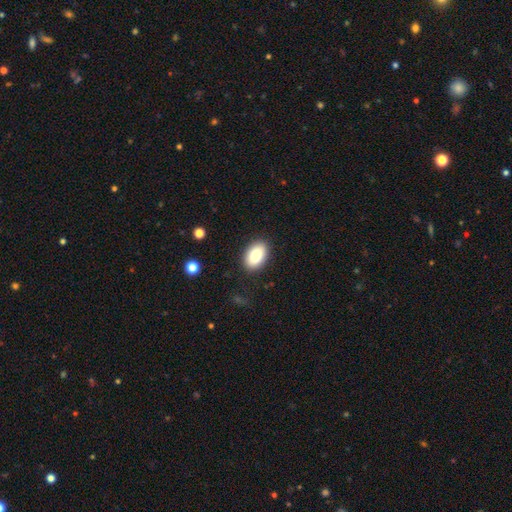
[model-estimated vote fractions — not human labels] Q: Smooth or featured?
A: smooth (85%); runner-up: featured or disk (8%)
Q: How rounded?
A: in between (90%); runner-up: round (9%)
Q: Merging?
A: none (88%); runner-up: minor disturbance (9%)